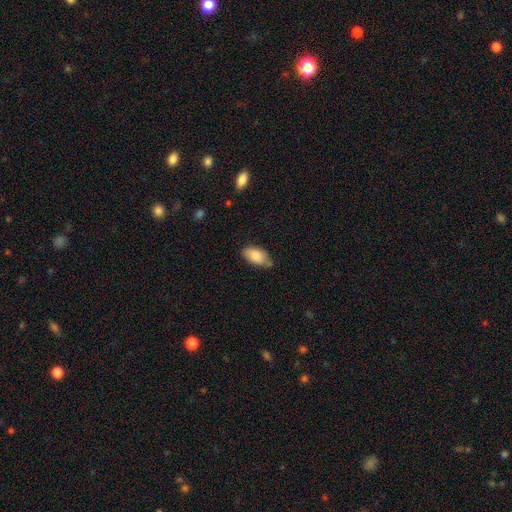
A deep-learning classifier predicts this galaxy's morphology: Smooth or featured: smooth — 85% (featured or disk — 8%)
How rounded: in between — 93% (round — 4%)
Merging: none — 62% (minor disturbance — 29%)